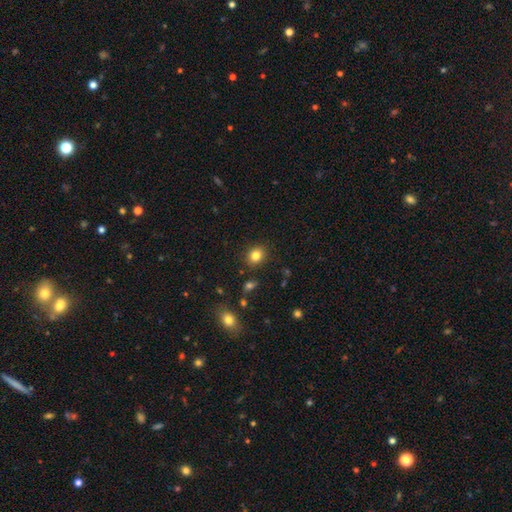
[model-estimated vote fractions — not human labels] smooth_or_featured: smooth (p=0.83) [alt: star or artifact p=0.11]
how_rounded: round (p=0.66) [alt: in between p=0.33]
merging: none (p=0.88) [alt: minor disturbance p=0.08]